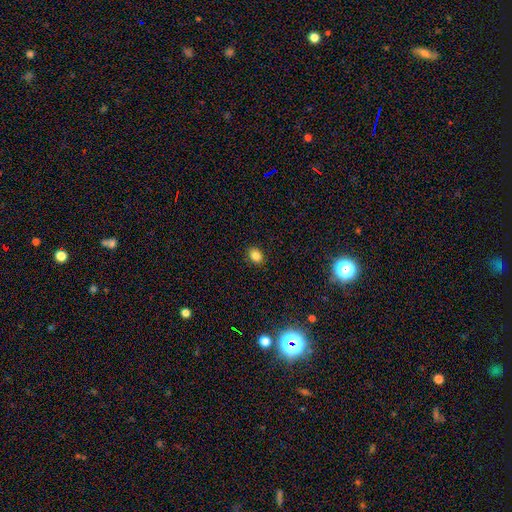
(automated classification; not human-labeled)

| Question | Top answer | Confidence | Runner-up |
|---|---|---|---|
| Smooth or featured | smooth | 83% | star or artifact (12%) |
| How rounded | in between | 55% | round (44%) |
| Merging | none | 89% | minor disturbance (8%) |